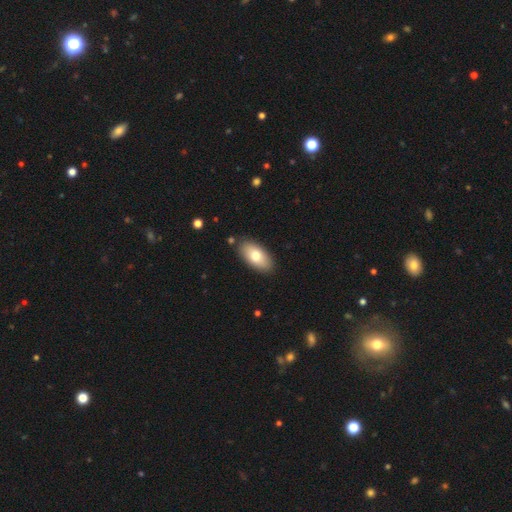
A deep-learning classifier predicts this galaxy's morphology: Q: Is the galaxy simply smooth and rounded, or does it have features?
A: smooth — 74%.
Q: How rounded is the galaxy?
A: in between — 92%.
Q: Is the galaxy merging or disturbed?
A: none — 86%.